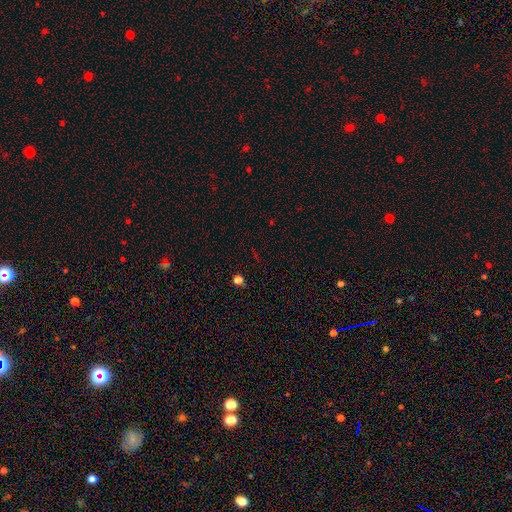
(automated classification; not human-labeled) This appears to be a star or artifact, not a galaxy (64%).